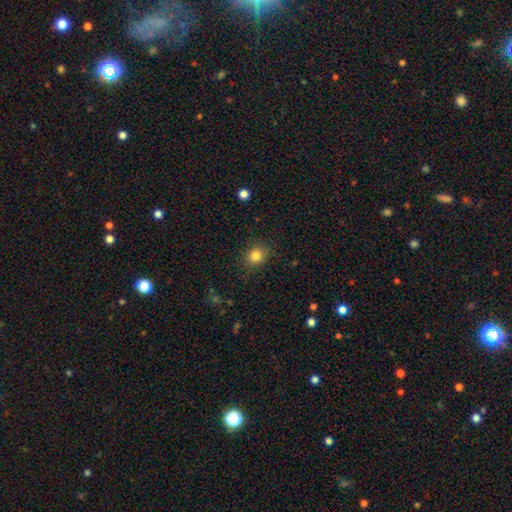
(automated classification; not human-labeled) smooth-or-featured: smooth: 82% | star or artifact: 12% | featured or disk: 6%
  how-rounded: round: 72% | in between: 27% | cigar-shaped: 1%
  merging: none: 86% | minor disturbance: 10% | major disturbance: 3% | merger: 1%